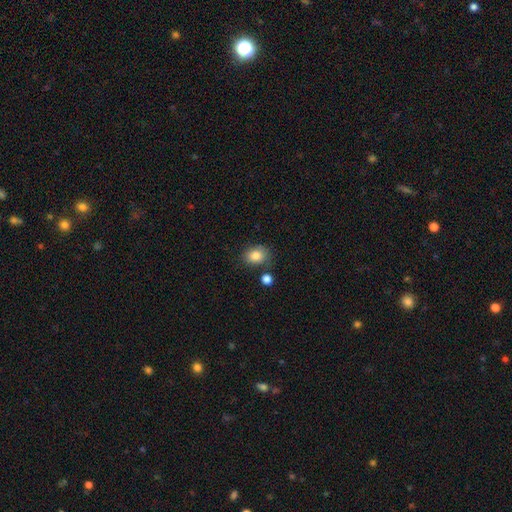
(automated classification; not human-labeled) Smooth or featured? smooth (84%)
How rounded? in between (54%)
Merging? none (72%)